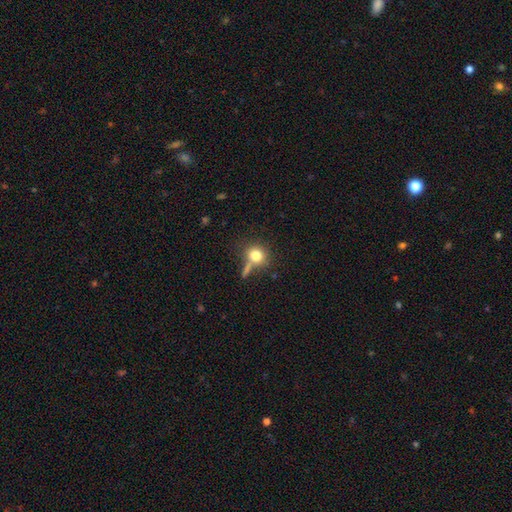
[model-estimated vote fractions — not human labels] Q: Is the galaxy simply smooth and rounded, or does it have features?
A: smooth — 78%.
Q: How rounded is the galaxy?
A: round — 81%.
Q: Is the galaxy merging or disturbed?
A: none — 58%.